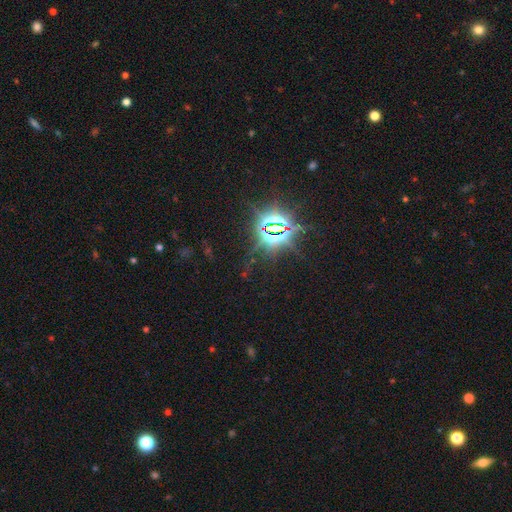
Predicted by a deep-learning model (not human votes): Overall: star or artifact (85%).